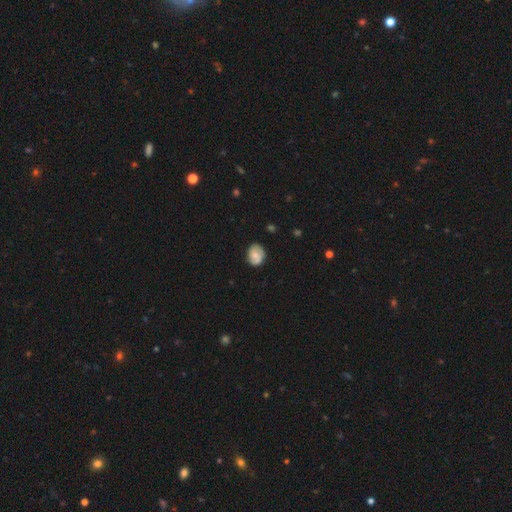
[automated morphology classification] The model was most divided on "how rounded": round: 50%, in between: 49%, cigar-shaped: 1%. More confident: merging — none (74%); smooth or featured — smooth (63%).